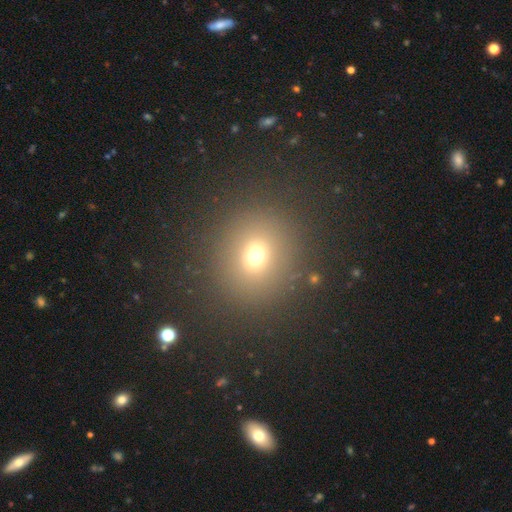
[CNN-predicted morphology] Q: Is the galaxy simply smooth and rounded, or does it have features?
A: smooth — 68%.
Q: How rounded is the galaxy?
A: round — 83%.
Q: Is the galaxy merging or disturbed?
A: none — 86%.